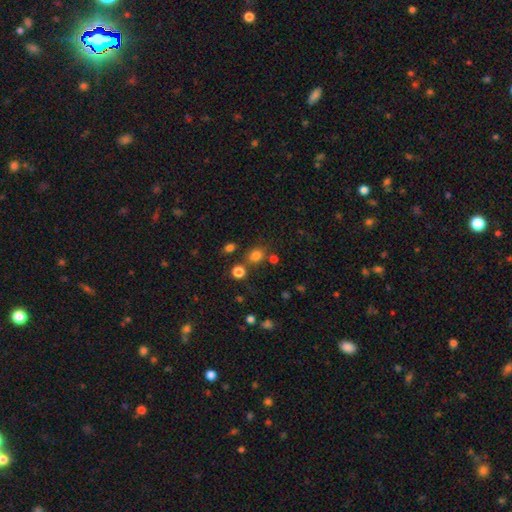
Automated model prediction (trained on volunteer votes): Overall: smooth (79%). How rounded: round (66%; in between 33%). Merging: none (74%).